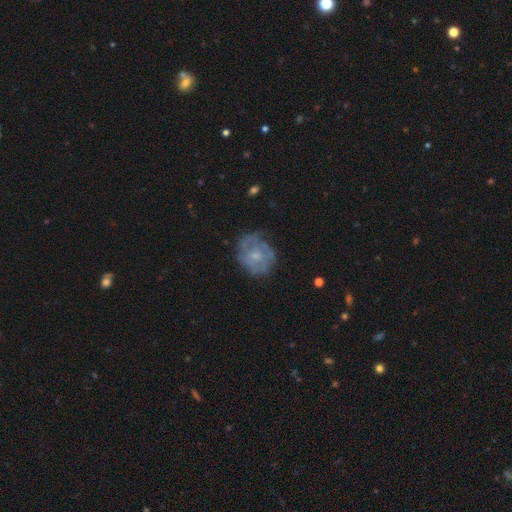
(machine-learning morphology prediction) Smooth or featured?
  - featured or disk: 58% *
  - smooth: 34%
  - star or artifact: 8%
Edge-on disk?
  - no: 98% *
  - yes: 2%
Bar?
  - no: 76% *
  - weak: 21%
  - strong: 3%
Spiral arms?
  - no: 51% *
  - yes: 49%
Bulge size?
  - small: 48% *
  - moderate: 40%
  - none: 9%
  - large: 2%
  - dominant: 1%
Merging?
  - none: 60% *
  - minor disturbance: 24%
  - major disturbance: 14%
  - merger: 2%